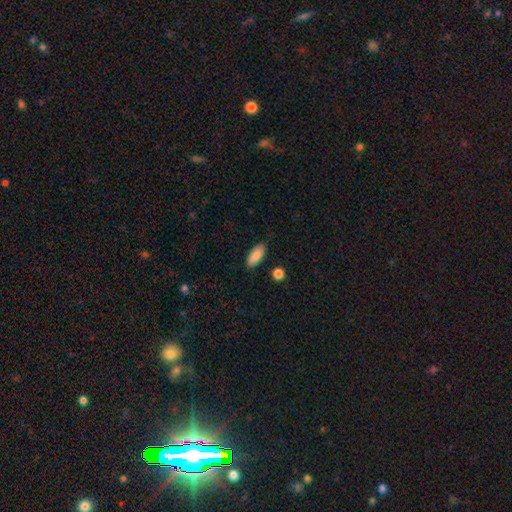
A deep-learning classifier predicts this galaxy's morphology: The model was most divided on "how rounded": in between: 85%, cigar-shaped: 13%, round: 2%. More confident: smooth or featured — smooth (89%); merging — none (86%).